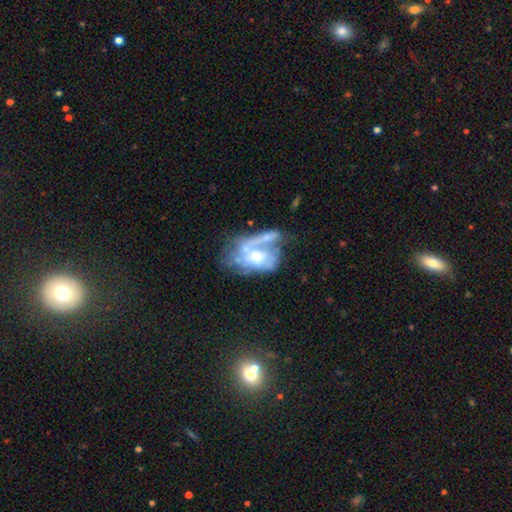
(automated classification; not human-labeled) Smooth or featured? Predicted: featured or disk (p=0.64). Edge-on disk? Predicted: no (p=0.96). Bar? Predicted: no (p=0.76). Spiral arms? Predicted: no (p=0.66). Bulge size? Predicted: moderate (p=0.49). Merging? Predicted: major disturbance (p=0.31, tied with merger).